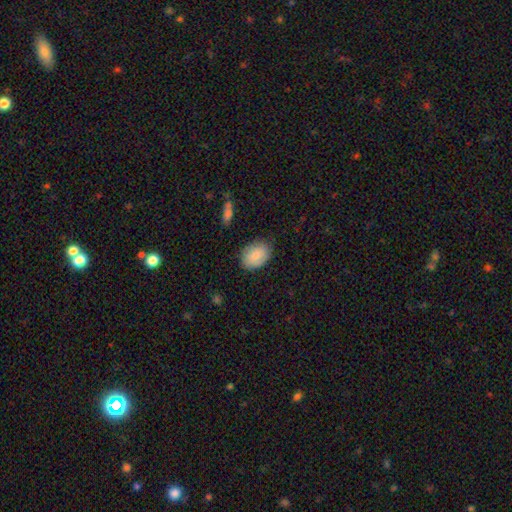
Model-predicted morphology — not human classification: Smooth or featured: smooth — 81% (featured or disk — 12%)
How rounded: in between — 81% (round — 18%)
Merging: none — 78% (minor disturbance — 18%)